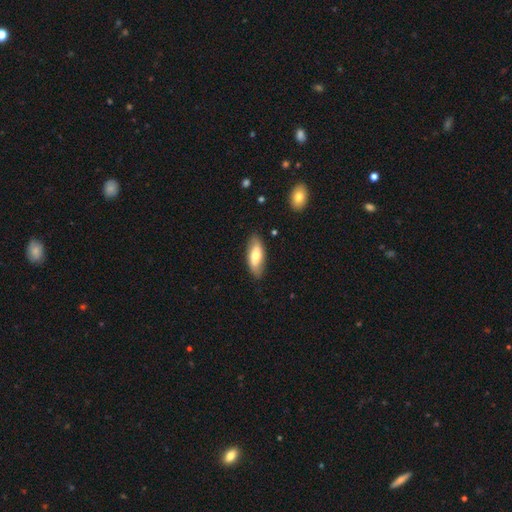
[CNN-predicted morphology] Smooth or featured? smooth (65%)
How rounded? in between (80%)
Merging? none (83%)